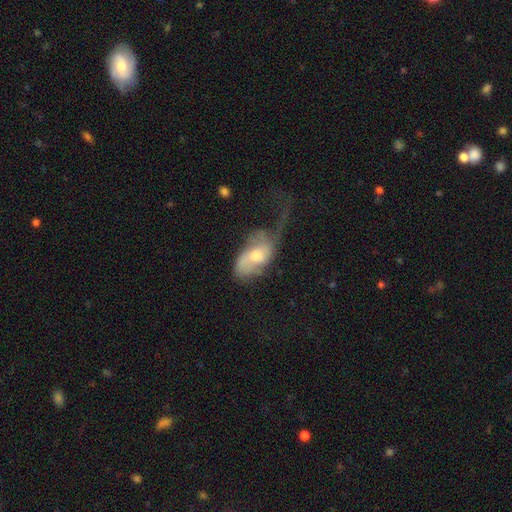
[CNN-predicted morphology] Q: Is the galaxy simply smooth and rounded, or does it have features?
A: featured or disk — 48%.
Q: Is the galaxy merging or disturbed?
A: major disturbance — 55%.